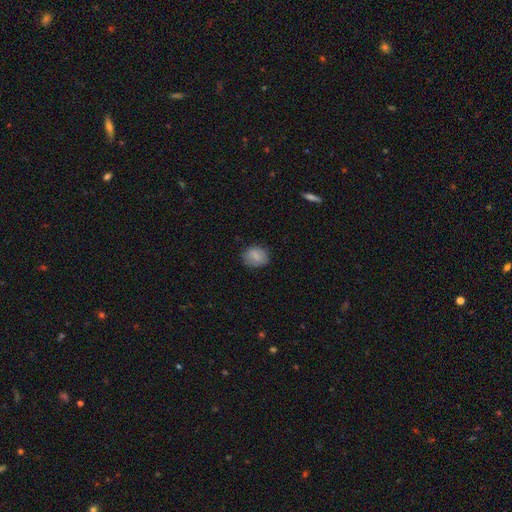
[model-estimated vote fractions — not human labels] smooth_or_featured: smooth (p=0.83) [alt: featured or disk p=0.09]
how_rounded: round (p=0.62) [alt: in between p=0.37]
merging: none (p=0.81) [alt: minor disturbance p=0.15]